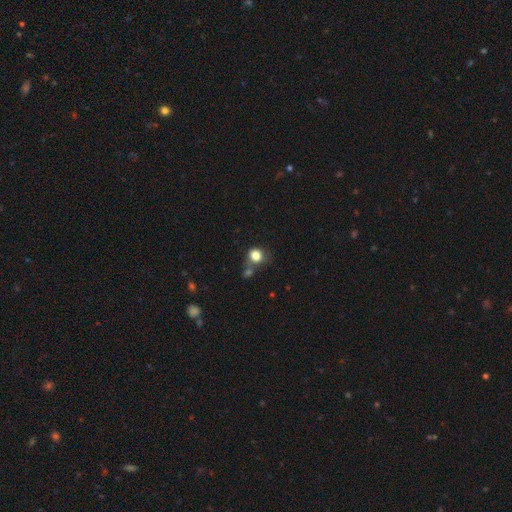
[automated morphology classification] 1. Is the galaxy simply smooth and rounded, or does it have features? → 82% smooth, 11% star or artifact, 7% featured or disk.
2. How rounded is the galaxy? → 75% round, 24% in between, 1% cigar-shaped.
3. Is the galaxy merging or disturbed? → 53% none, 21% merger, 18% minor disturbance, 8% major disturbance.